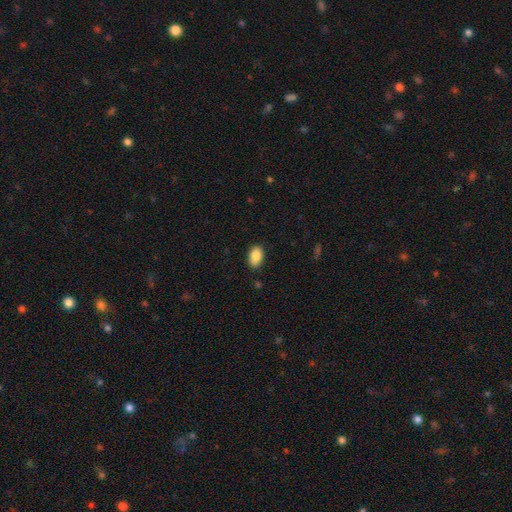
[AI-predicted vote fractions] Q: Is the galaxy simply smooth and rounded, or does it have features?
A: smooth — 87%.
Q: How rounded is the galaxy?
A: in between — 91%.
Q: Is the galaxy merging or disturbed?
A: none — 85%.